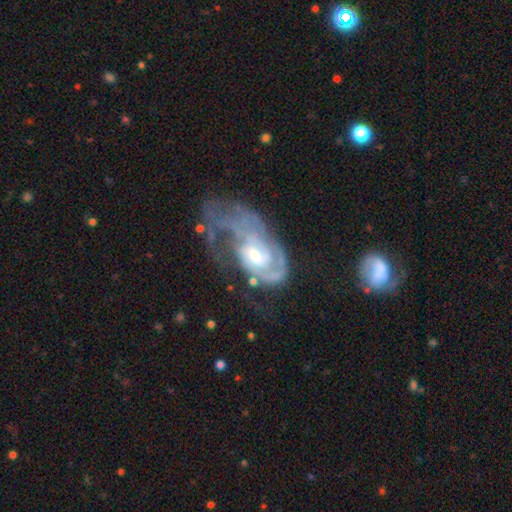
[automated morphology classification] smooth-or-featured: featured or disk: 84% | smooth: 10% | star or artifact: 6%
  disk-edge-on: no: 96% | yes: 4%
    bar: no: 49% | weak: 41% | strong: 9%
    has-spiral-arms: yes: 90% | no: 10%
      spiral-winding: tight: 48% | medium: 36% | loose: 16%
      spiral-arm-count: 2: 34% | can't tell: 29% | 1: 22% | 3: 9% | 4: 3% | more than 4: 3%
    bulge-size: moderate: 57% | small: 27% | large: 11% | none: 4% | dominant: 1%
  merging: major disturbance: 49% | none: 26% | minor disturbance: 20% | merger: 6%